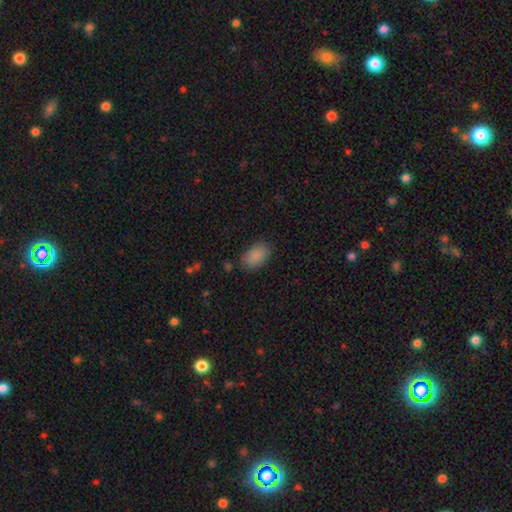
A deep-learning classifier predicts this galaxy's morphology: Smooth or featured: smooth — 89% (star or artifact — 7%)
How rounded: in between — 91% (round — 7%)
Merging: none — 82% (minor disturbance — 13%)